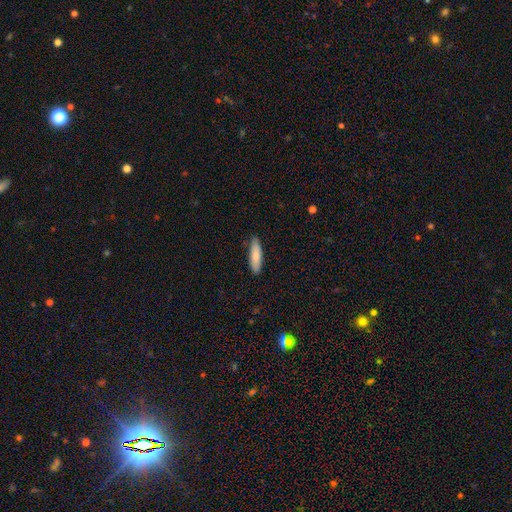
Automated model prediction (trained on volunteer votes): smooth_or_featured: smooth (p=0.82) [alt: featured or disk p=0.12]
how_rounded: cigar-shaped (p=0.64) [alt: in between p=0.35]
merging: none (p=0.86) [alt: minor disturbance p=0.11]